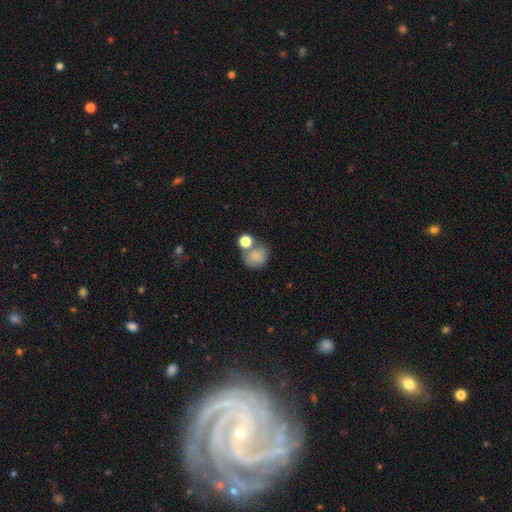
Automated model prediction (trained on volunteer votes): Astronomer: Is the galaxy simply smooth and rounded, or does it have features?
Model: smooth — 76%.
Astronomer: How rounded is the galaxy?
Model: round — 75%.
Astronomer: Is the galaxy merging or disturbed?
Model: none — 43% (runner-up: merger, 30%).